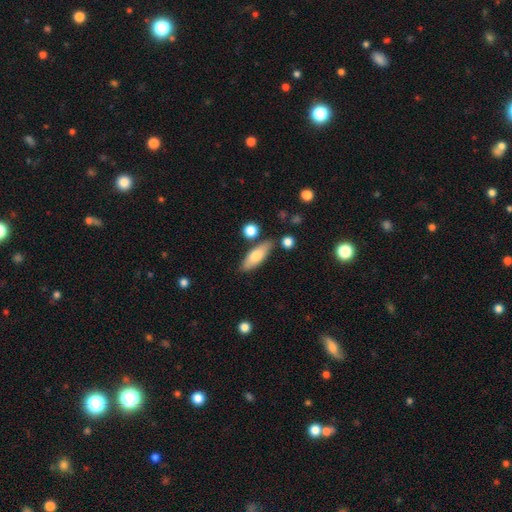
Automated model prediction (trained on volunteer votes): Smooth or featured?
  - smooth: 70% *
  - featured or disk: 24%
  - star or artifact: 6%
How rounded?
  - in between: 59% *
  - cigar-shaped: 38%
  - round: 3%
Merging?
  - none: 78% *
  - minor disturbance: 13%
  - merger: 7%
  - major disturbance: 3%